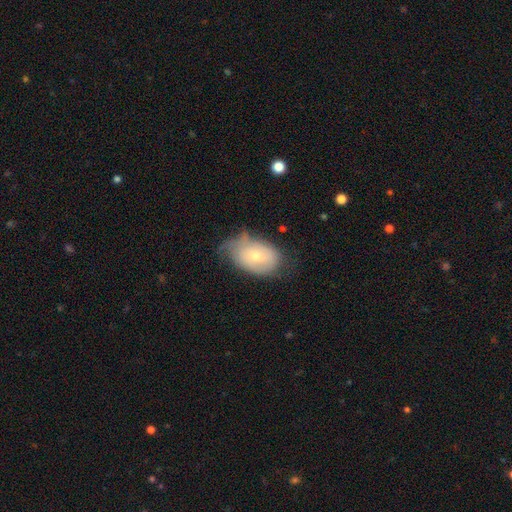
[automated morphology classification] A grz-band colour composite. It shows a smooth galaxy with no disk features (54%) that is in between round and cigar-shaped (87%). Merging: none (48%).